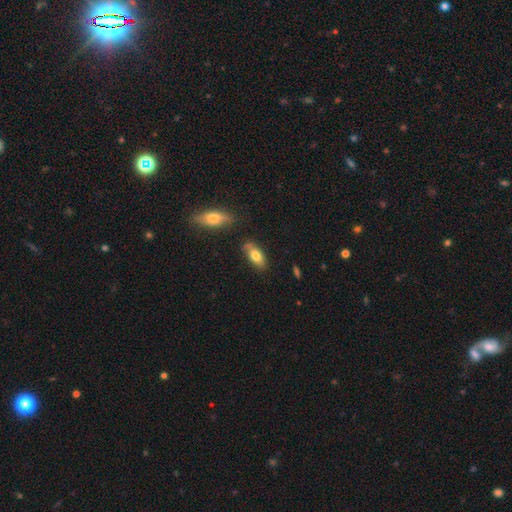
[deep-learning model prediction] Morphology: type=smooth (75%); roundness=in between (85%); merging=none (65%).